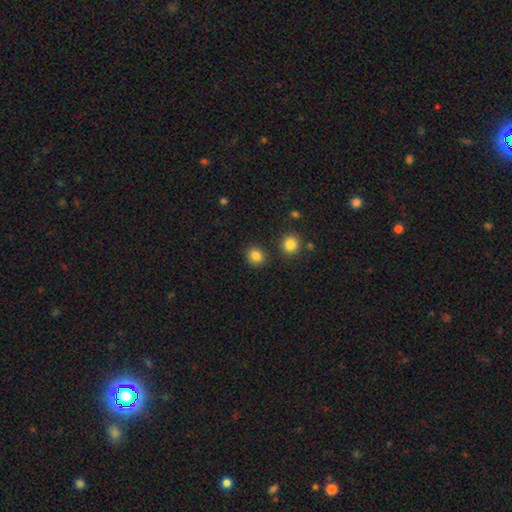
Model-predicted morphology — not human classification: This appears to be a smooth galaxy with no disk features (85%) that is round (82%). Merging: none (87%).